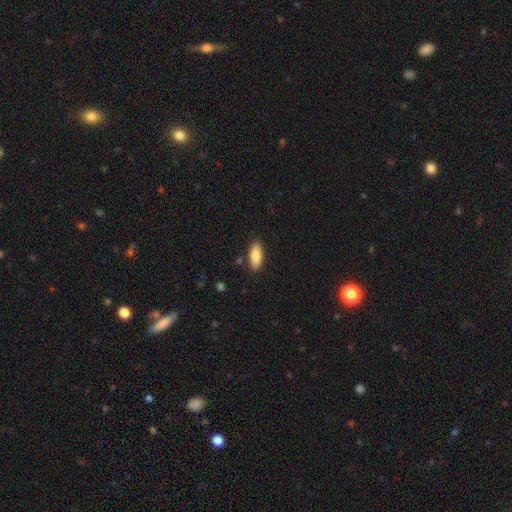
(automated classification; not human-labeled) A smooth galaxy with no disk features (86%) that is in between round and cigar-shaped (80%). Merging: none (87%).